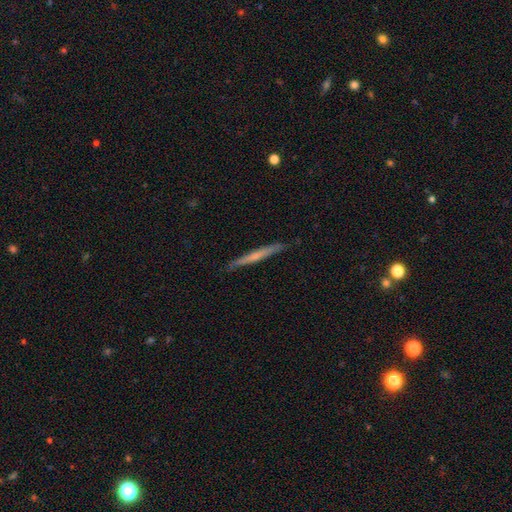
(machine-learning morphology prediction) A featured or disk galaxy (50%).

Vote fractions:
- Smooth or featured? featured or disk: 50% / smooth: 45% / star or artifact: 6%
- Merging? none: 89% / minor disturbance: 8% / major disturbance: 1% / merger: 1%